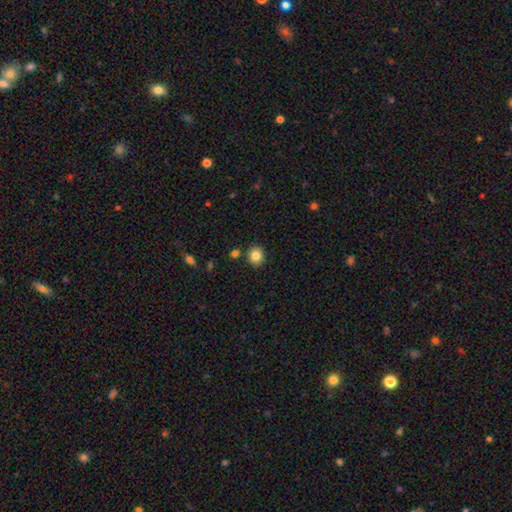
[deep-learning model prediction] This is clearly a smooth galaxy (84%). How rounded: likely round (75%). Merging: clearly none (87%).